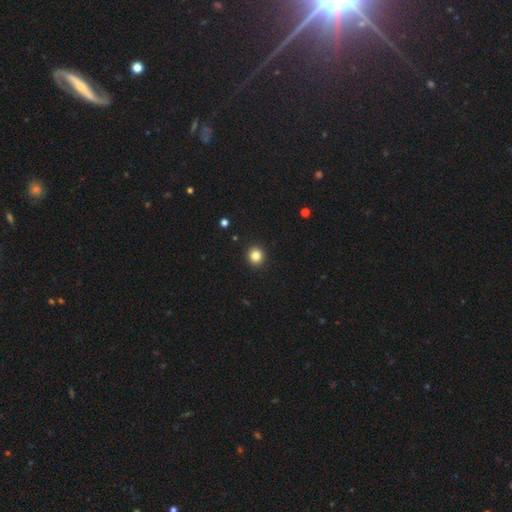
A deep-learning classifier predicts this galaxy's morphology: Smooth or featured? Predicted: smooth (p=0.84). How rounded? Predicted: round (p=0.93). Merging? Predicted: none (p=0.93).